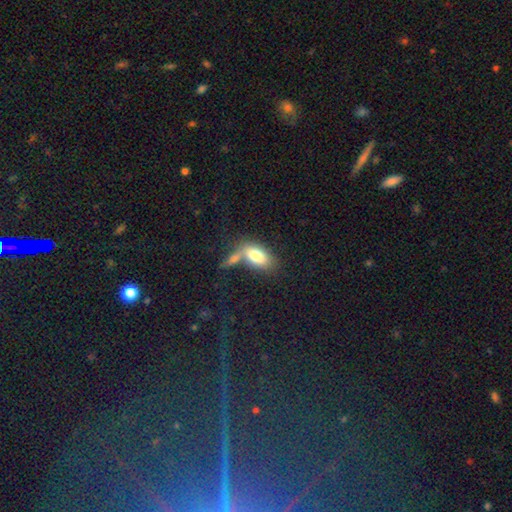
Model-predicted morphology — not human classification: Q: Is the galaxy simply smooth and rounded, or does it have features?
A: smooth — 78%.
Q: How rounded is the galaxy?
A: in between — 90%.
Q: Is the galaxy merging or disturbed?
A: none — 42%.